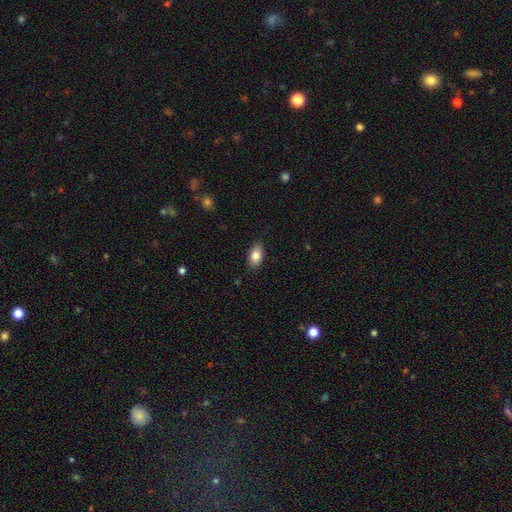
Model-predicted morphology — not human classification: This is clearly a smooth galaxy (85%). How rounded: clearly in between (91%). Merging: clearly none (87%).